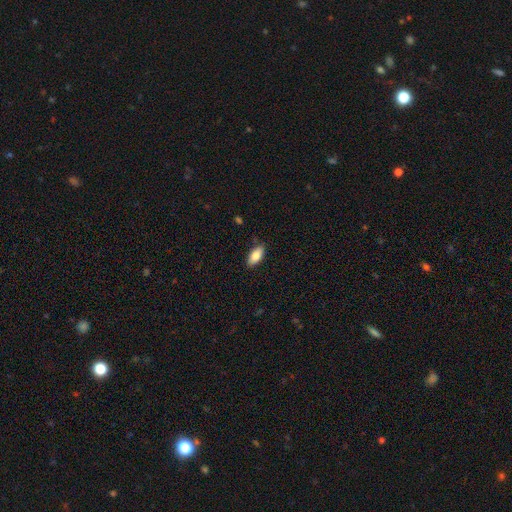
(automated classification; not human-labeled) Overall: smooth (83%). How rounded: in between (88%). Merging: none (84%).